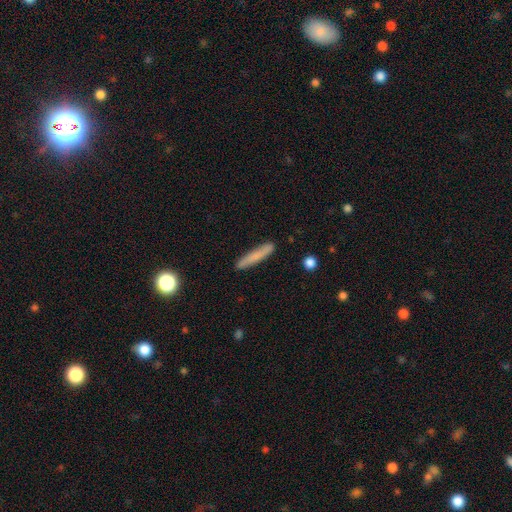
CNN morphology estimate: A smooth galaxy with no disk features (74%) that is cigar-shaped (93%). Merging: none (87%).